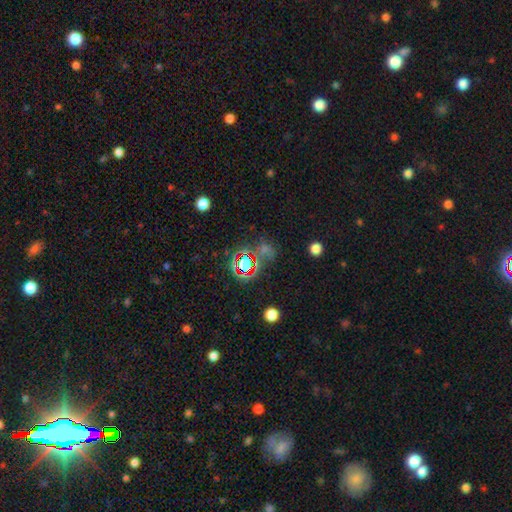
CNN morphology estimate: Smooth or featured? star or artifact (52%)